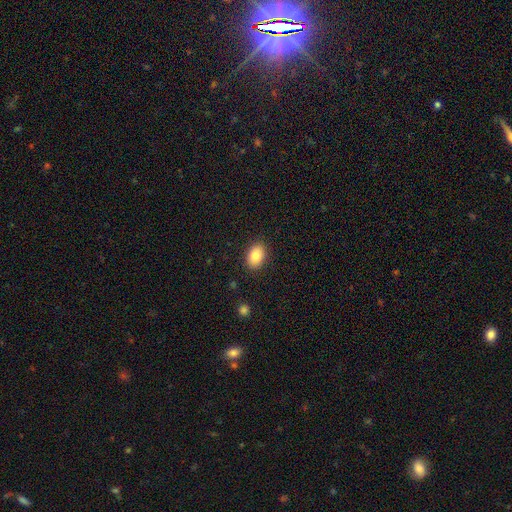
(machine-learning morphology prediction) Smooth or featured? smooth (83%)
How rounded? in between (83%)
Merging? none (88%)